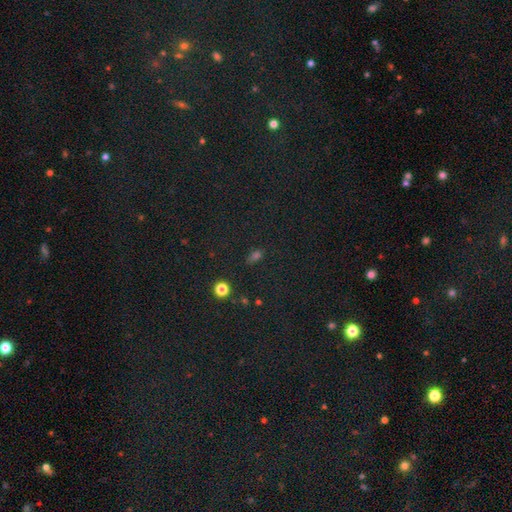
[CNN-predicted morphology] Smooth or featured? smooth (58%)
How rounded? in between (68%)
Merging? none (79%)